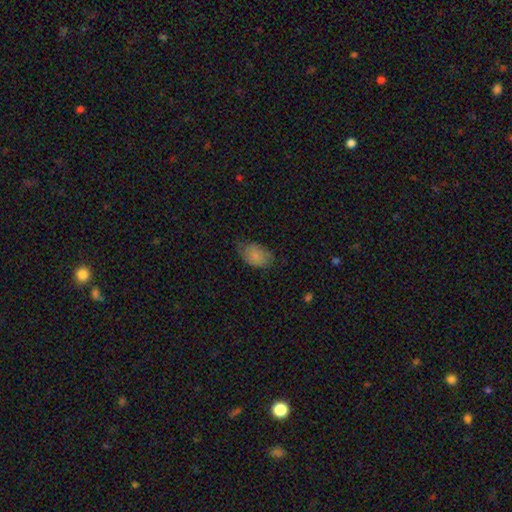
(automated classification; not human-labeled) A smooth galaxy with no disk features (79%) that is in between round and cigar-shaped (86%).

Vote fractions:
- Smooth or featured? smooth: 79% / featured or disk: 13% / star or artifact: 8%
- How rounded? in between: 86% / round: 13% / cigar-shaped: 1%
- Merging? none: 55% / minor disturbance: 33% / major disturbance: 10% / merger: 1%